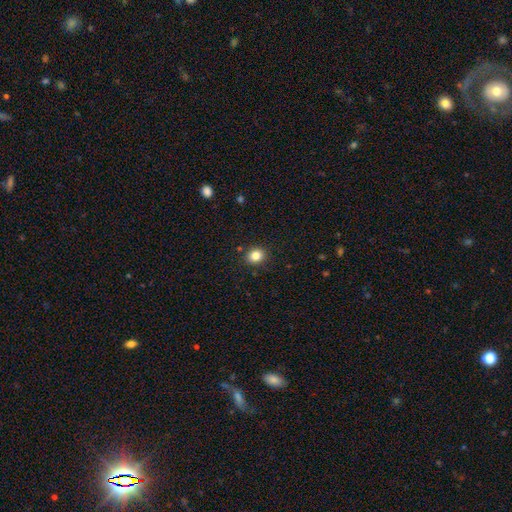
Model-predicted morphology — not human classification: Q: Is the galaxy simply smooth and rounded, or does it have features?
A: smooth — 84%.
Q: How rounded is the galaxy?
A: round — 68%.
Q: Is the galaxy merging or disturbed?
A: none — 88%.